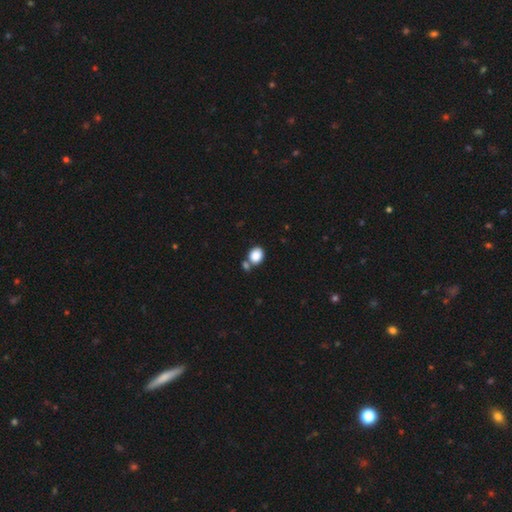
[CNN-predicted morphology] smooth-or-featured: smooth: 87% | star or artifact: 9% | featured or disk: 5%
  how-rounded: in between: 51% | round: 48% | cigar-shaped: 1%
  merging: none: 55% | merger: 30% | minor disturbance: 11% | major disturbance: 4%